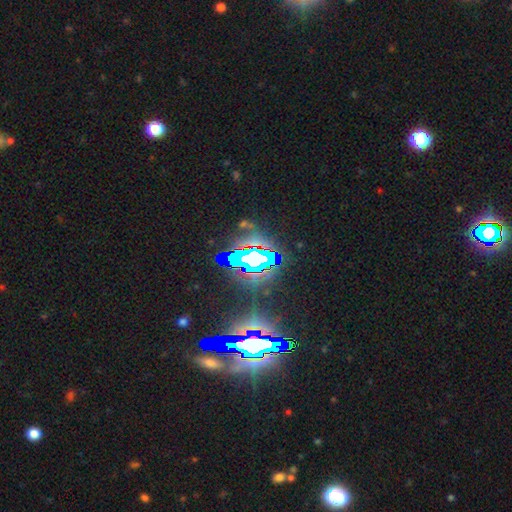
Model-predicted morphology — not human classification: Q: Smooth or featured?
A: star or artifact (72%); runner-up: featured or disk (17%)